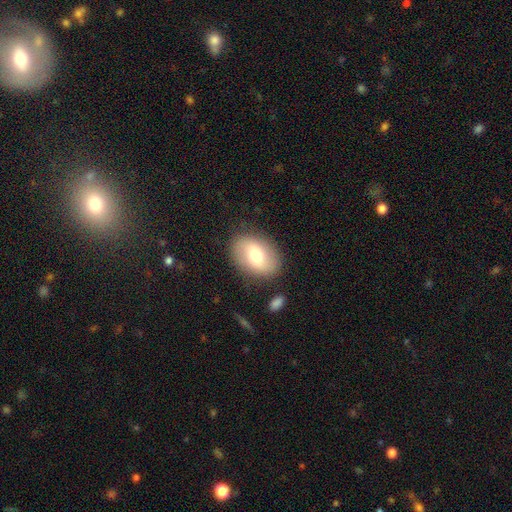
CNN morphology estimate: This appears to be a smooth galaxy with no disk features (58%) that is in between round and cigar-shaped (77%). Merging: none (82%).